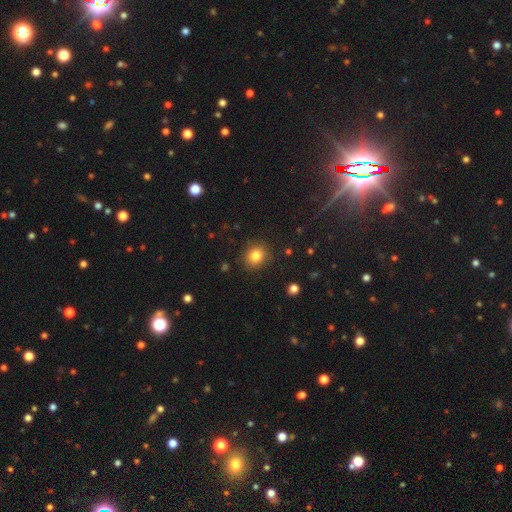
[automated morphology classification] smooth 83%, star or artifact 11%, featured or disk 6%. Down the decision tree: how rounded — round (77%); merging — none (87%).